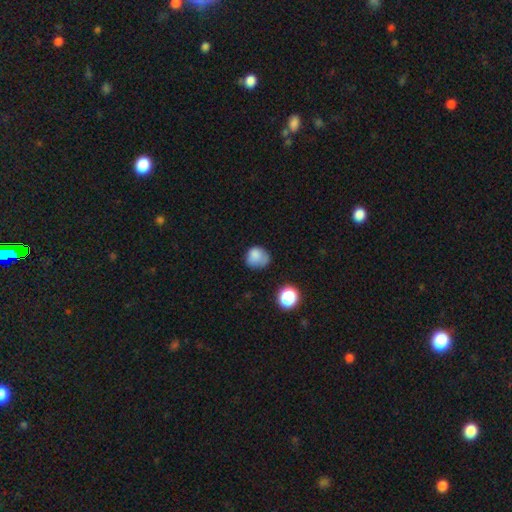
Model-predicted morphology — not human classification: This appears to be a smooth galaxy with no disk features (78%) that is round (68%). Merging: none (46%).